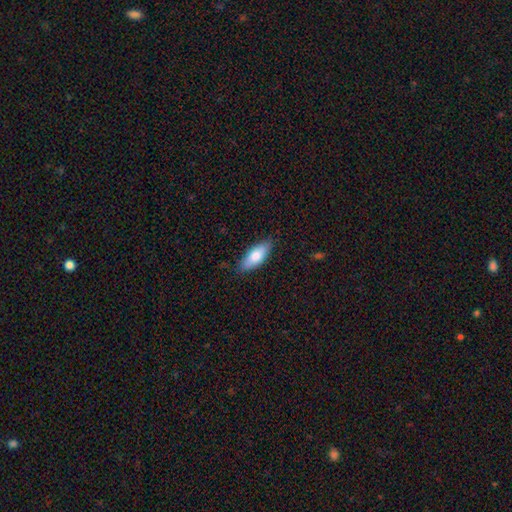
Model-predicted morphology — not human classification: Smooth or featured? smooth (79%)
How rounded? in between (76%)
Merging? none (82%)